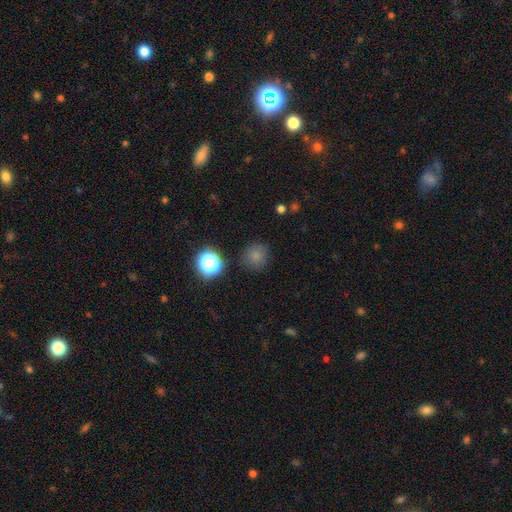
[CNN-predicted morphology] Smooth or featured? smooth (78%)
How rounded? round (91%)
Merging? none (85%)